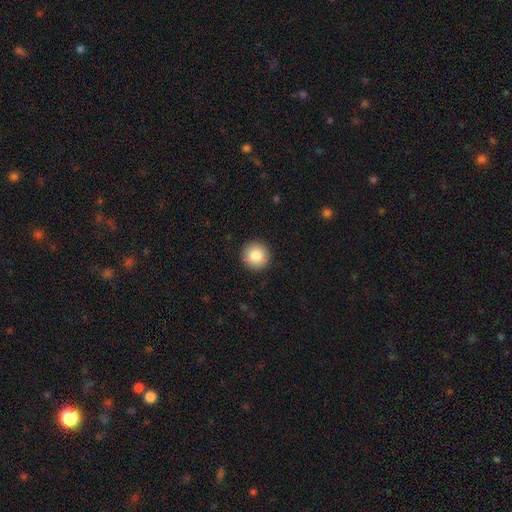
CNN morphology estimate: smooth_or_featured: smooth (p=0.83) [alt: star or artifact p=0.09]
how_rounded: round (p=0.95) [alt: in between p=0.04]
merging: none (p=0.92) [alt: minor disturbance p=0.06]